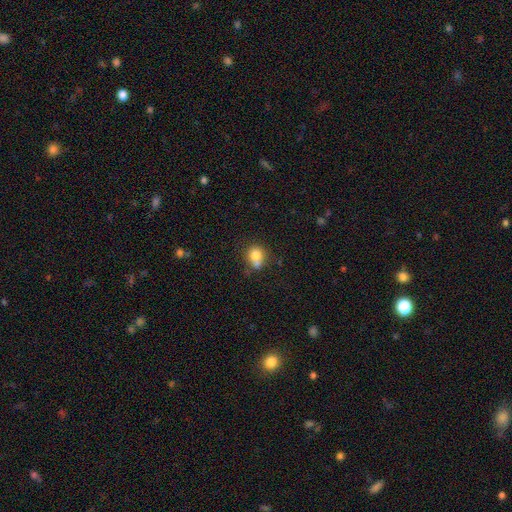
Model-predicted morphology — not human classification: type=smooth (78%); roundness=round (74%); merging=none (47%).